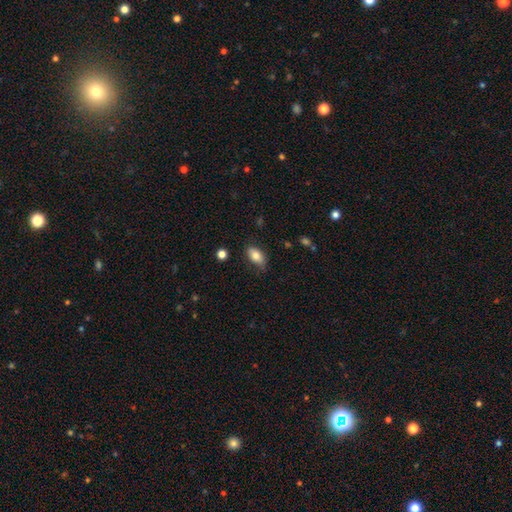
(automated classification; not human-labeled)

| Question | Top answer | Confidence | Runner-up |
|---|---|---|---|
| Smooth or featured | smooth | 80% | featured or disk (12%) |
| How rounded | in between | 91% | round (6%) |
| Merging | none | 75% | minor disturbance (20%) |